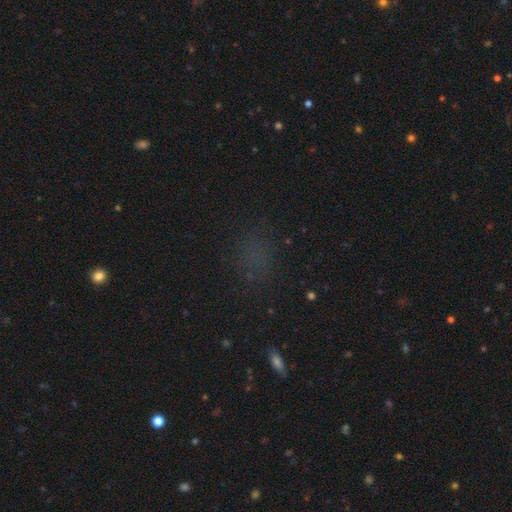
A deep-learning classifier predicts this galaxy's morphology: A smooth galaxy with no disk features (52%) that is round (53%).

Vote fractions:
- Smooth or featured? smooth: 52% / star or artifact: 38% / featured or disk: 10%
- How rounded? round: 53% / in between: 43% / cigar-shaped: 4%
- Merging? none: 77% / minor disturbance: 13% / major disturbance: 8% / merger: 2%